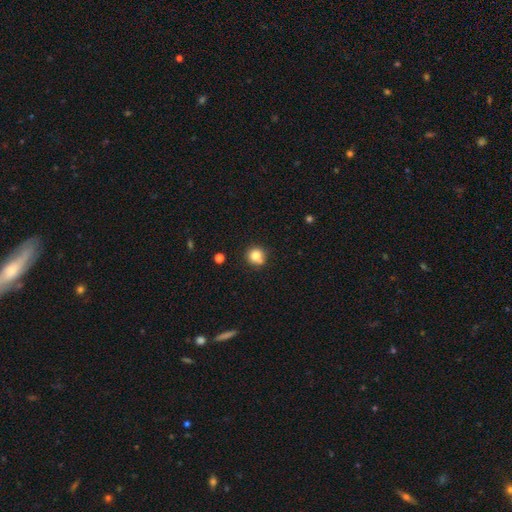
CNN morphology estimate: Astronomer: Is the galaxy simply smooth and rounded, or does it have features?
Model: smooth — 80%.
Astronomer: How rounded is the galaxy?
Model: round — 89%.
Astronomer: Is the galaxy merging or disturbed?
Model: none — 67%.